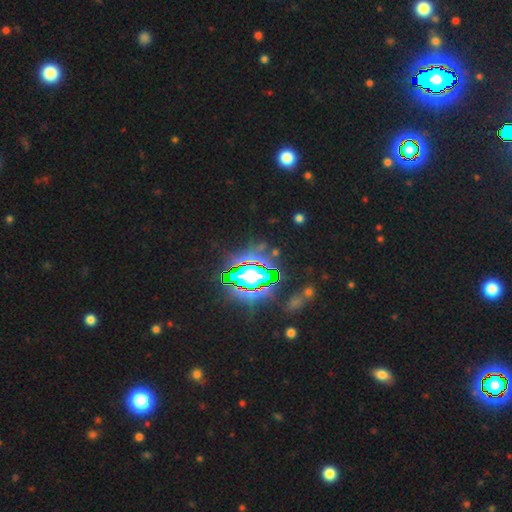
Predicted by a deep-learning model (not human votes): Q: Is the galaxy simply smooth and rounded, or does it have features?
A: star or artifact — 79%.